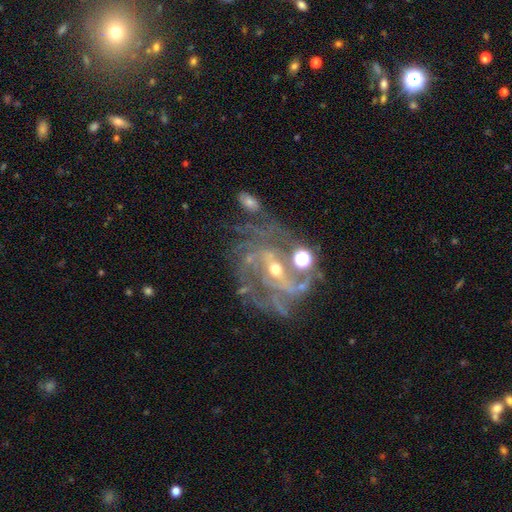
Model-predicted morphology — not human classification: type=featured or disk (83%); edge-on=no (96%); bar=weak (40%); spiral arms=yes (88%); winding=tight (46%); arm count=can't tell (33%); bulge=small (61%); merging=none (54%).